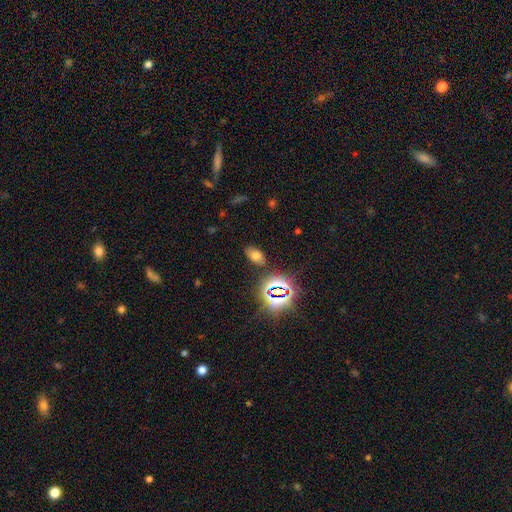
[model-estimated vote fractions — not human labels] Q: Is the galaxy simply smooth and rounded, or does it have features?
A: smooth — 63%.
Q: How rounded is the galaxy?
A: in between — 89%.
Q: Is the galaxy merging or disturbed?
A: none — 84%.